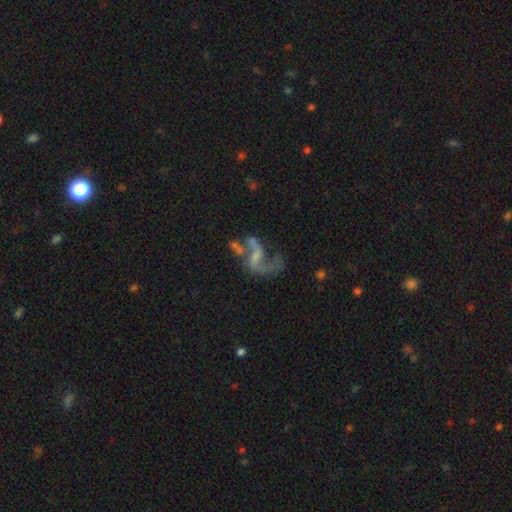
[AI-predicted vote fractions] Smooth or featured? Predicted: featured or disk (p=0.76). Edge-on disk? Predicted: no (p=0.97). Bar? Predicted: weak (p=0.41). Spiral arms? Predicted: yes (p=0.81). Spiral winding? Predicted: loose (p=0.79). Spiral arm count? Predicted: 2 (p=0.75). Bulge size? Predicted: none (p=0.49). Merging? Predicted: none (p=0.36).